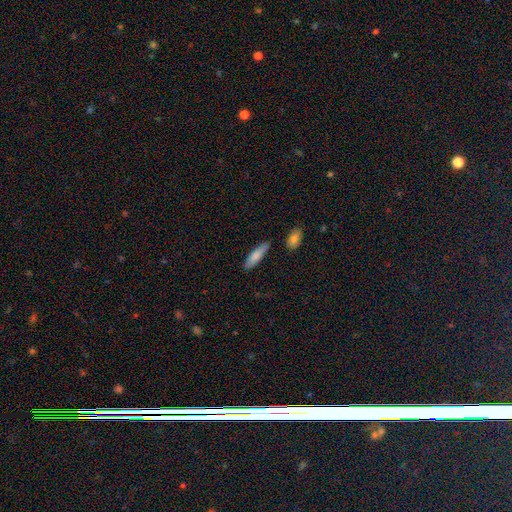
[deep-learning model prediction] The model was most divided on "how rounded": cigar-shaped: 66%, in between: 33%, round: 2%. More confident: merging — none (80%); smooth or featured — smooth (80%).